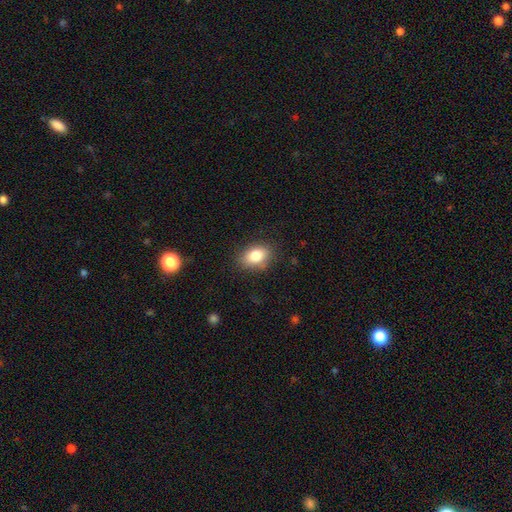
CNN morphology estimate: A smooth galaxy with no disk features (82%) that is in between round and cigar-shaped (76%).

Vote fractions:
- Smooth or featured? smooth: 82% / star or artifact: 9% / featured or disk: 8%
- How rounded? in between: 76% / round: 22% / cigar-shaped: 1%
- Merging? none: 82% / minor disturbance: 13% / major disturbance: 3% / merger: 1%